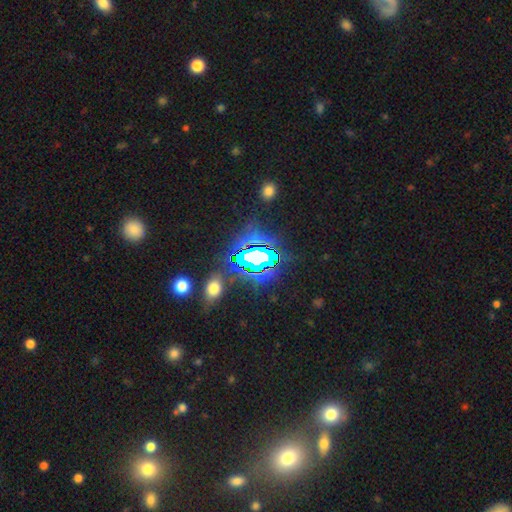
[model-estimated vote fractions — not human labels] This is likely a star or artifact rather than a galaxy (71%).